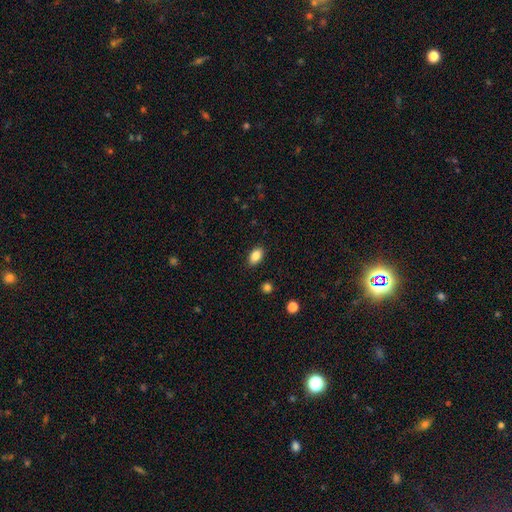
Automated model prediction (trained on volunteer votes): Smooth or featured?
  - smooth: 86% *
  - star or artifact: 9%
  - featured or disk: 5%
How rounded?
  - in between: 89% *
  - round: 9%
  - cigar-shaped: 2%
Merging?
  - none: 87% *
  - minor disturbance: 9%
  - major disturbance: 2%
  - merger: 1%